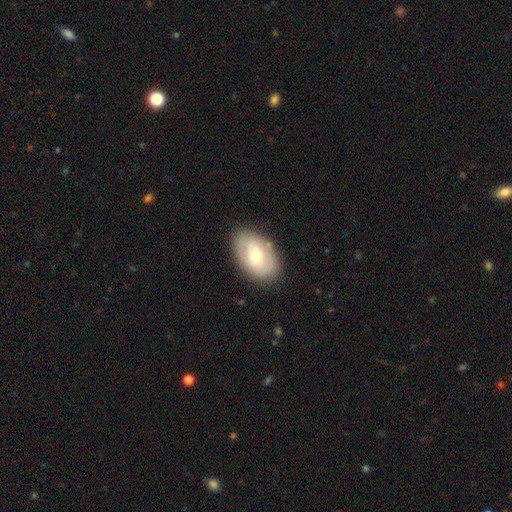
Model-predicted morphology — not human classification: A smooth galaxy with no disk features (49%). Merging: none (82%).